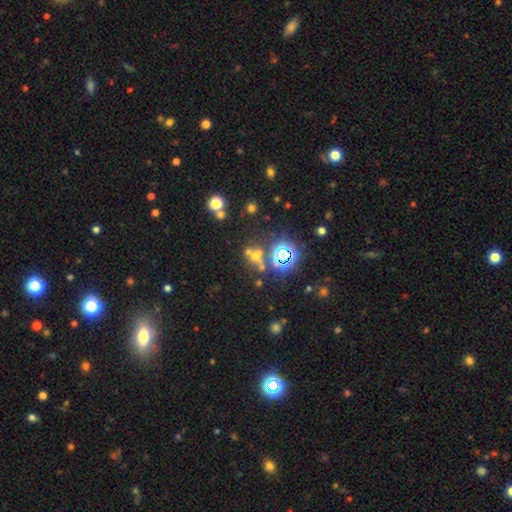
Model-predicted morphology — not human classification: type=star or artifact (50%).